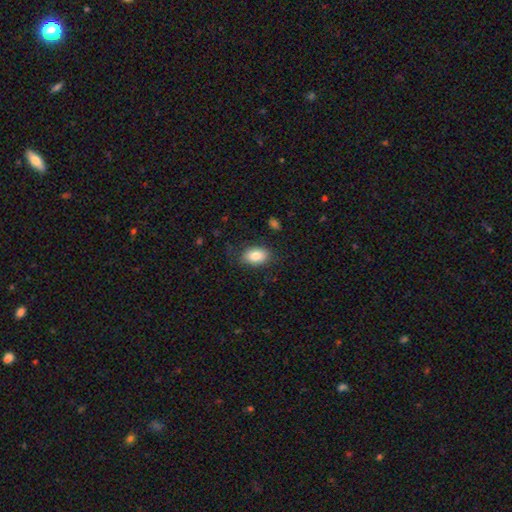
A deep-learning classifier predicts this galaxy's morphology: A smooth galaxy with no disk features (84%) that is in between round and cigar-shaped (87%).

Vote fractions:
- Smooth or featured? smooth: 84% / featured or disk: 9% / star or artifact: 7%
- How rounded? in between: 87% / round: 12% / cigar-shaped: 1%
- Merging? none: 79% / minor disturbance: 15% / major disturbance: 4% / merger: 1%